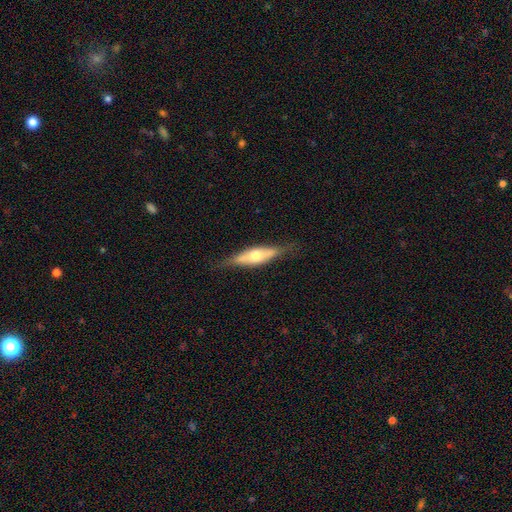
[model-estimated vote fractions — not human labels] Morphology: type=featured or disk (56%); edge-on=yes (84%); merging=none (77%).